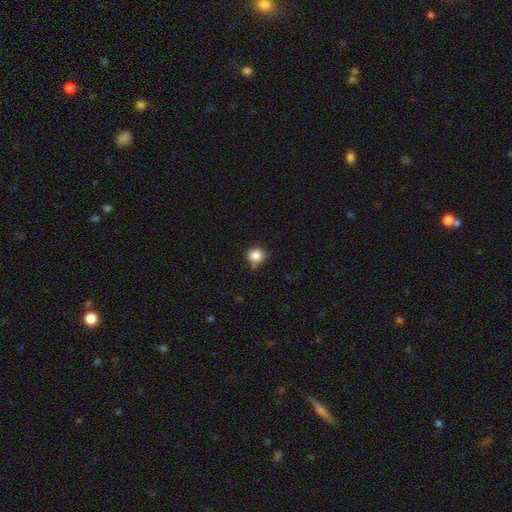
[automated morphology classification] Smooth or featured: smooth — 86% (star or artifact — 11%)
How rounded: round — 89% (in between — 10%)
Merging: none — 79% (minor disturbance — 13%)